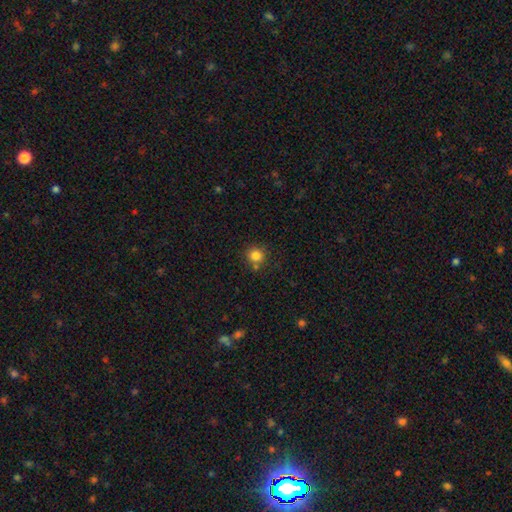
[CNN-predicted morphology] This is clearly a smooth galaxy (83%). How rounded: clearly round (91%). Merging: likely none (75%).